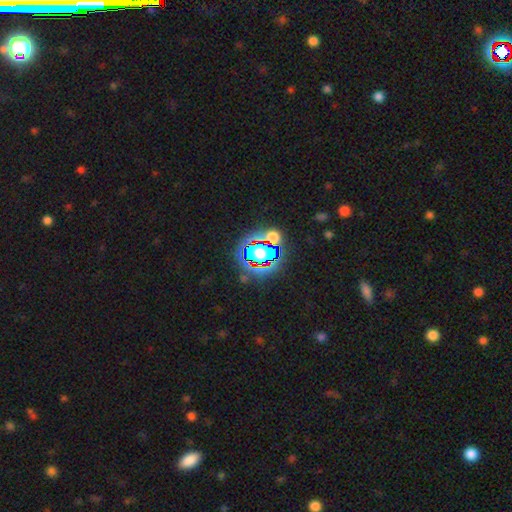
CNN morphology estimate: star or artifact 71%, smooth 18%, featured or disk 11%.